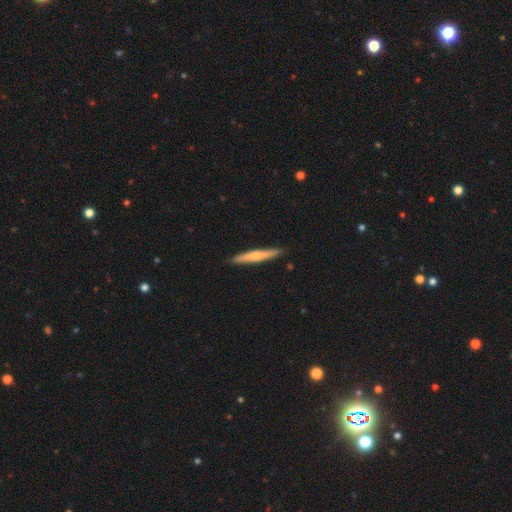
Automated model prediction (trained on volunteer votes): Overall: smooth (57%; featured or disk 38%). How rounded: cigar-shaped (95%). Merging: none (90%).